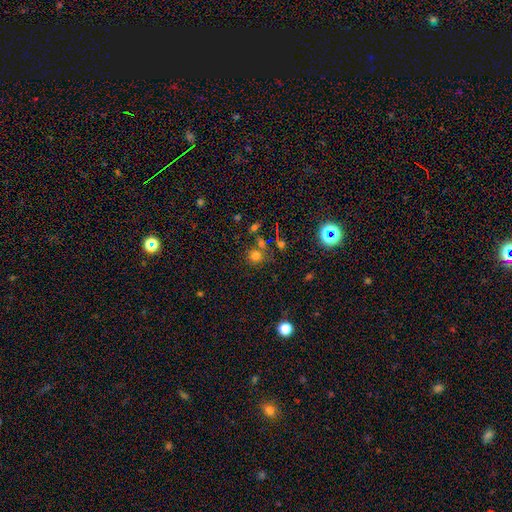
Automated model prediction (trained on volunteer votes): This appears to be a smooth galaxy with no disk features (67%) that is round (89%). Merging: none (65%).